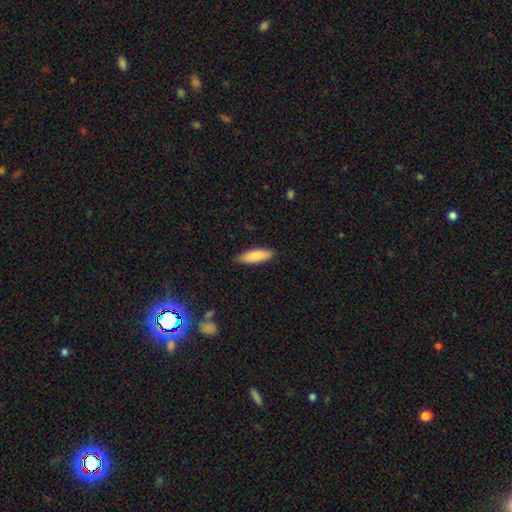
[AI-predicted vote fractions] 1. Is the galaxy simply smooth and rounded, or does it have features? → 86% smooth, 8% featured or disk, 6% star or artifact.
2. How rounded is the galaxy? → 52% in between, 46% cigar-shaped, 2% round.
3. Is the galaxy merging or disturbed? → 87% none, 10% minor disturbance, 2% major disturbance, 1% merger.